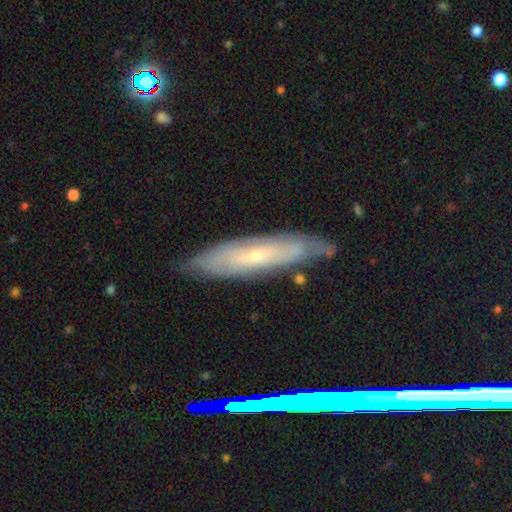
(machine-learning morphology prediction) Smooth or featured? featured or disk (54%)
Edge-on disk? no (55%)
Merging? none (77%)